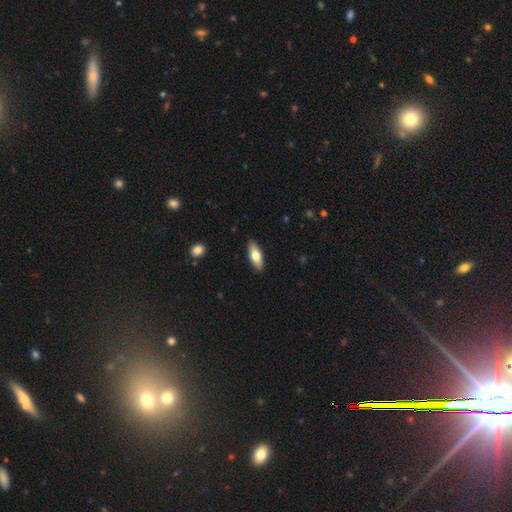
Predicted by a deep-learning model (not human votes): This is likely a smooth galaxy (68%). How rounded: likely in between (69%). Merging: clearly none (89%).